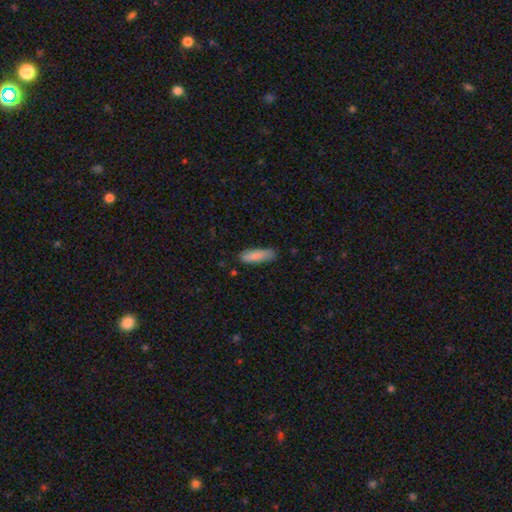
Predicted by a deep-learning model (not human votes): Overall: smooth (85%). How rounded: cigar-shaped (57%; in between 41%). Merging: none (78%).